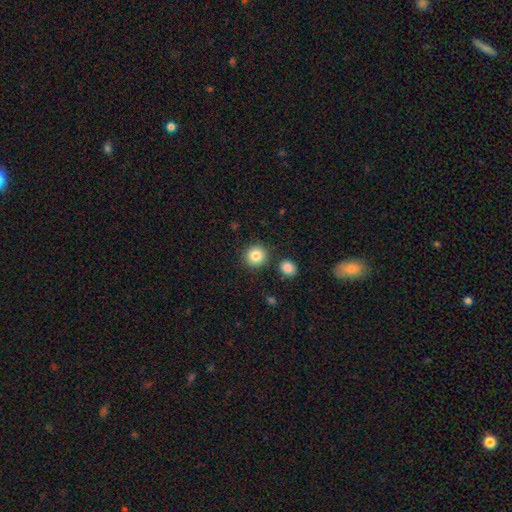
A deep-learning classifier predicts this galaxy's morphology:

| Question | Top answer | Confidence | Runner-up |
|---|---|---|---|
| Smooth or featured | smooth | 85% | star or artifact (9%) |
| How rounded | round | 92% | in between (7%) |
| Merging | none | 85% | minor disturbance (7%) |